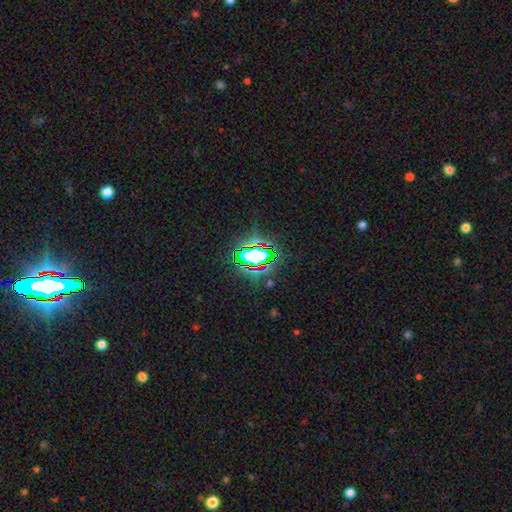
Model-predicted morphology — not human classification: star or artifact 67%, smooth 20%, featured or disk 13%.